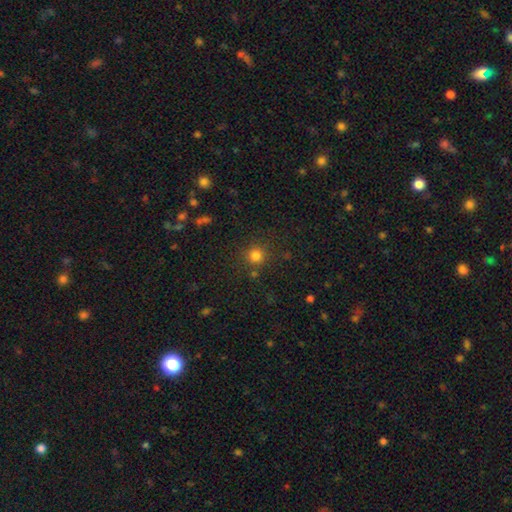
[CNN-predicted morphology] Smooth or featured: smooth — 80% (star or artifact — 15%)
How rounded: round — 93% (in between — 6%)
Merging: none — 83% (minor disturbance — 9%)